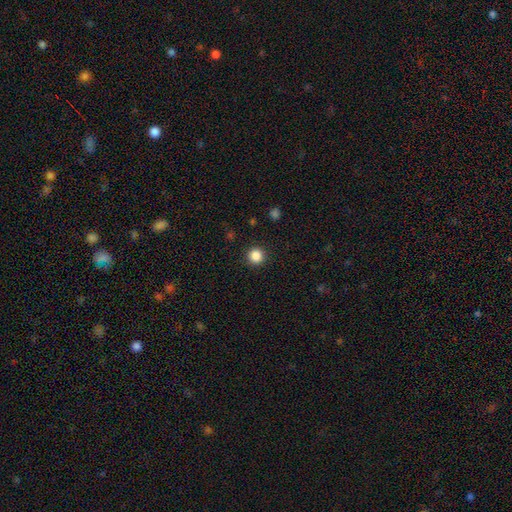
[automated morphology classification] Q: Smooth or featured?
A: smooth (86%); runner-up: star or artifact (11%)
Q: How rounded?
A: round (95%); runner-up: in between (4%)
Q: Merging?
A: none (92%); runner-up: minor disturbance (5%)